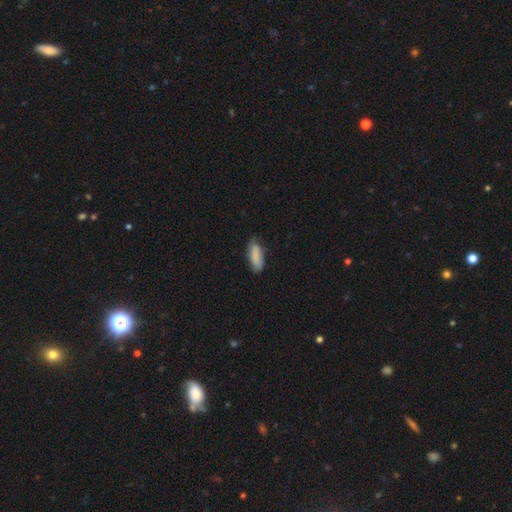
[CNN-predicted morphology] A smooth galaxy with no disk features (85%) that is in between round and cigar-shaped (74%).

Vote fractions:
- Smooth or featured? smooth: 85% / featured or disk: 9% / star or artifact: 7%
- How rounded? in between: 74% / cigar-shaped: 24% / round: 2%
- Merging? none: 72% / minor disturbance: 23% / major disturbance: 4% / merger: 1%